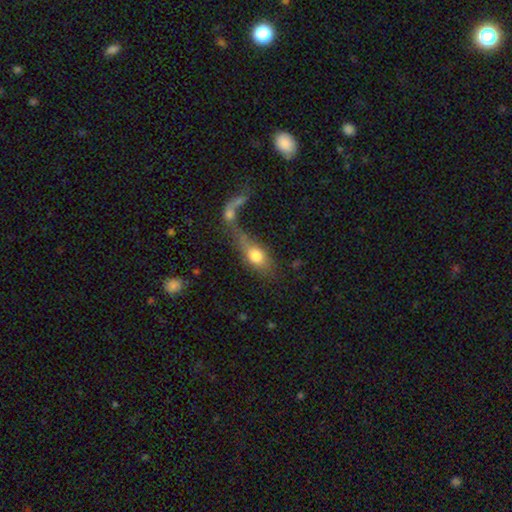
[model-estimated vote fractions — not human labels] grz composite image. It shows a smooth galaxy with no disk features (69%) that is in between round and cigar-shaped (71%). Merging: merger (56%).